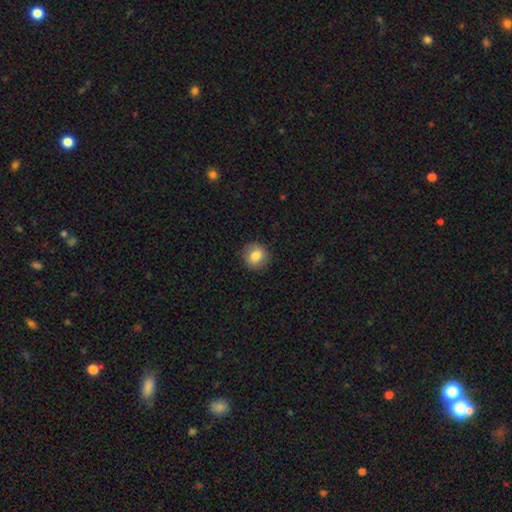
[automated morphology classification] The model was most divided on "how rounded": round: 85%, in between: 14%, cigar-shaped: 1%. More confident: merging — none (87%); smooth or featured — smooth (81%).